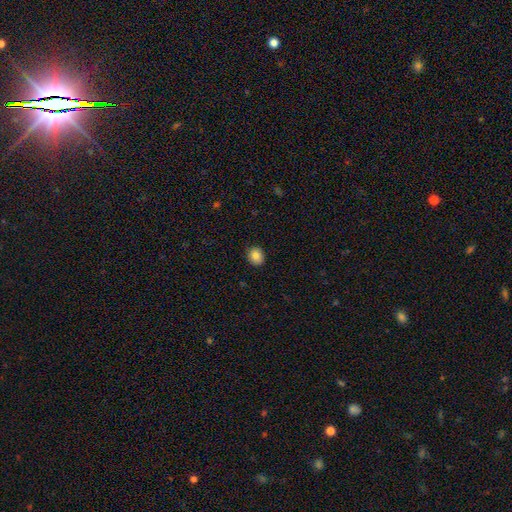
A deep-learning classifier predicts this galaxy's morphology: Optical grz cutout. It shows a smooth galaxy with no disk features (83%) that is round (78%). Merging: none (90%).